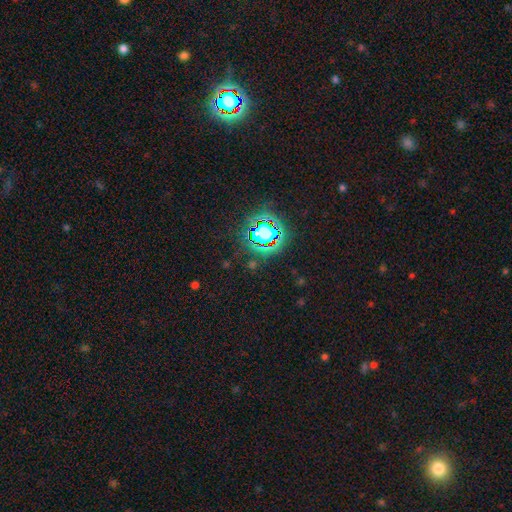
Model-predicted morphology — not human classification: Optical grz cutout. It shows a star or artifact, not a galaxy (83%).